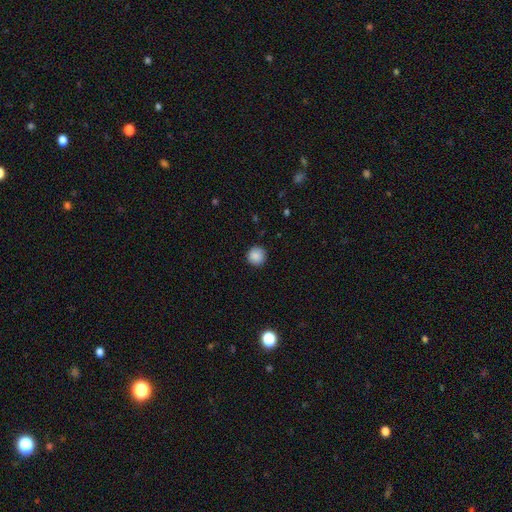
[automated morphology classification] smooth 88%, star or artifact 9%, featured or disk 3%. Down the decision tree: how rounded — round (95%); merging — none (91%).